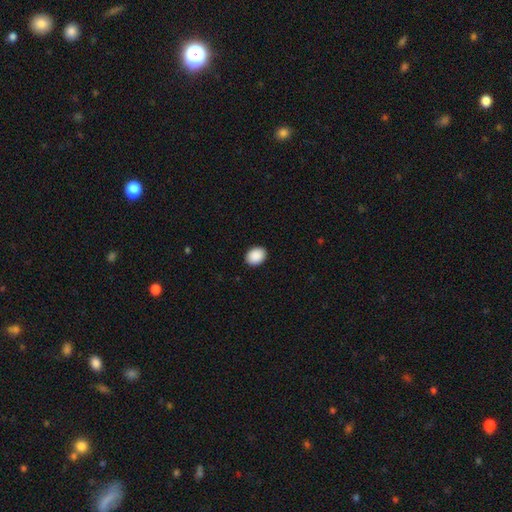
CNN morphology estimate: smooth 91%, star or artifact 7%, featured or disk 2%. Down the decision tree: how rounded — in between (63%); merging — none (91%).